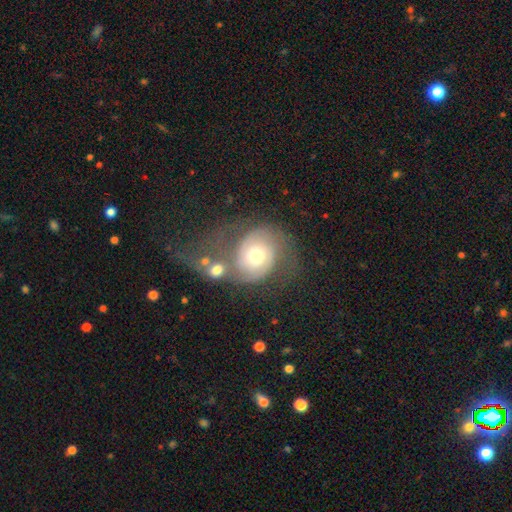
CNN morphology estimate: smooth_or_featured: featured or disk (p=0.70) [alt: smooth p=0.23]
disk_edge_on: no (p=0.97) [alt: yes p=0.03]
bar: no (p=0.75) [alt: weak p=0.20]
has_spiral_arms: yes (p=0.88) [alt: no p=0.12]
spiral_winding: medium (p=0.43) [alt: tight p=0.31]
spiral_arm_count: 2 (p=0.81) [alt: can't tell p=0.09]
bulge_size: moderate (p=0.72) [alt: small p=0.14]
merging: none (p=0.34) [alt: merger p=0.29]